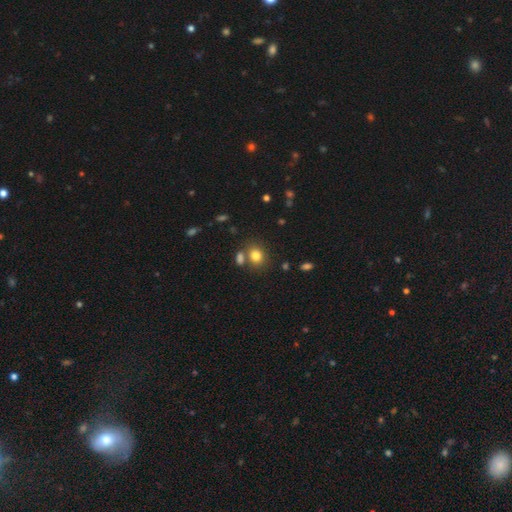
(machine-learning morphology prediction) This appears to be a smooth galaxy with no disk features (80%) that is round (58%). Merging: none (64%).